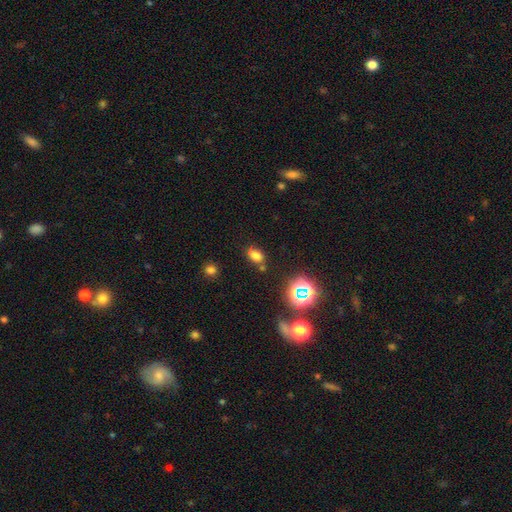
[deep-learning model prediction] This appears to be a smooth galaxy with no disk features (69%) that is in between round and cigar-shaped (70%). Merging: none (66%).